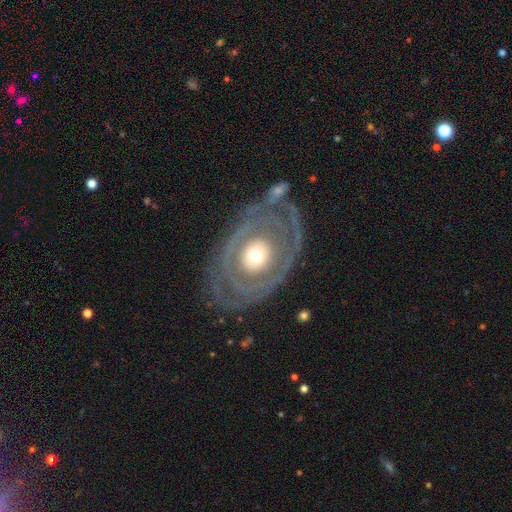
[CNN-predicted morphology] Smooth or featured? Predicted: featured or disk (p=0.74). Edge-on disk? Predicted: no (p=0.95). Bar? Predicted: no (p=0.87). Spiral arms? Predicted: no (p=0.55). Bulge size? Predicted: moderate (p=0.61). Merging? Predicted: none (p=0.62).